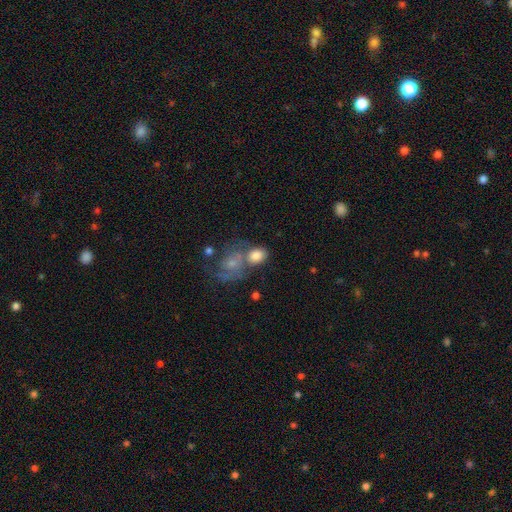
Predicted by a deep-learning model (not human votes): Overall: smooth (77%). How rounded: in between (65%; round 33%). Merging: merger (41%; none 35%).